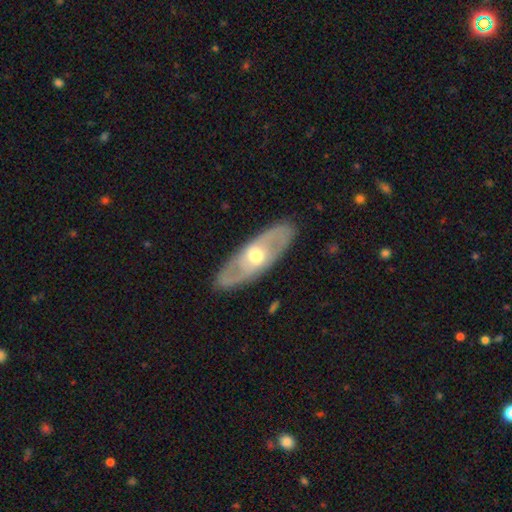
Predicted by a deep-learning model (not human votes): Q: Smooth or featured?
A: featured or disk (66%); runner-up: smooth (29%)
Q: Edge-on disk?
A: no (76%); runner-up: yes (24%)
Q: Bar?
A: no (72%); runner-up: weak (21%)
Q: Spiral arms?
A: no (57%); runner-up: yes (43%)
Q: Bulge size?
A: moderate (72%); runner-up: small (15%)
Q: Merging?
A: none (87%); runner-up: minor disturbance (9%)